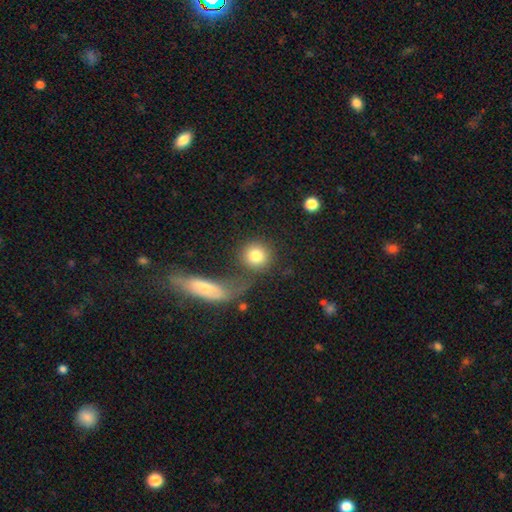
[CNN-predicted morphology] smooth-or-featured: smooth: 81% | featured or disk: 10% | star or artifact: 8%
  how-rounded: round: 89% | in between: 9% | cigar-shaped: 2%
  merging: none: 65% | merger: 17% | minor disturbance: 11% | major disturbance: 7%